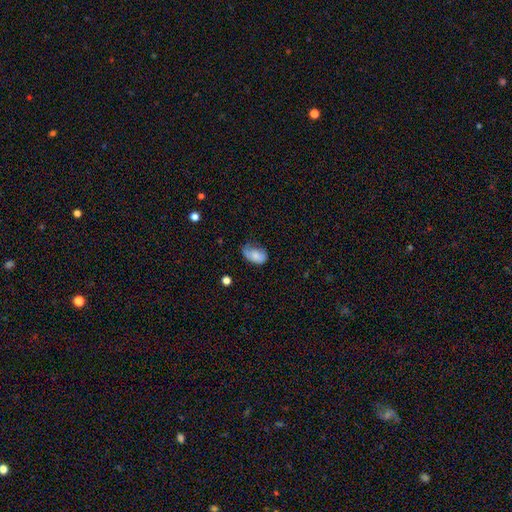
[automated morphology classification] smooth-or-featured: smooth: 75% | featured or disk: 17% | star or artifact: 7%
  how-rounded: in between: 92% | round: 6% | cigar-shaped: 2%
  merging: minor disturbance: 40% | none: 39% | major disturbance: 19% | merger: 2%